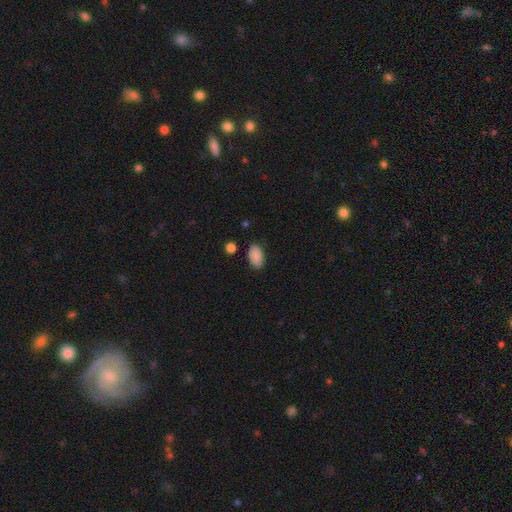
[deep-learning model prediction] This appears to be a smooth galaxy with no disk features (88%) that is in between round and cigar-shaped (93%). Merging: none (84%).